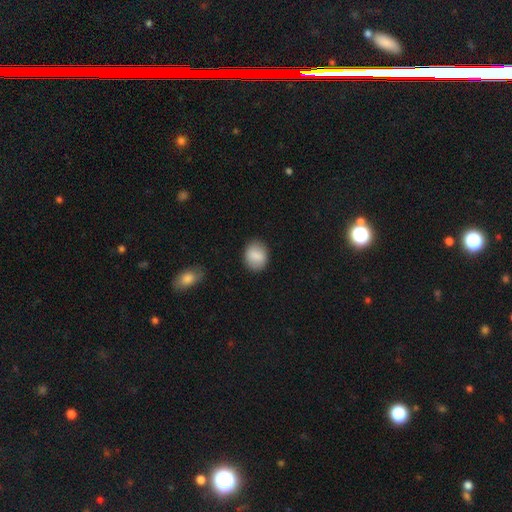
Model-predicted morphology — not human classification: A smooth galaxy with no disk features (85%) that is round (50%).

Vote fractions:
- Smooth or featured? smooth: 85% / featured or disk: 8% / star or artifact: 7%
- How rounded? round: 50% / in between: 49% / cigar-shaped: 1%
- Merging? none: 84% / minor disturbance: 11% / major disturbance: 3% / merger: 1%